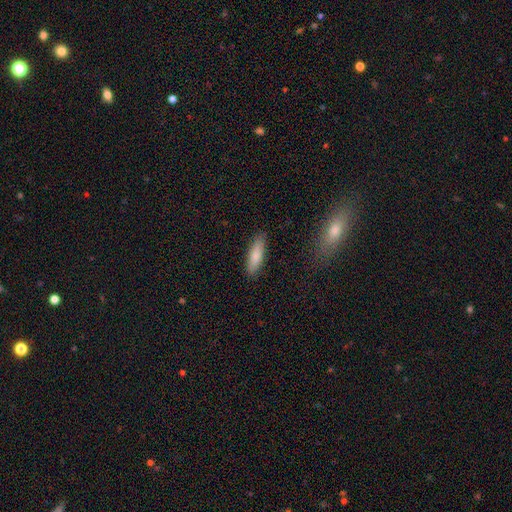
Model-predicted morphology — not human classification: Smooth or featured? smooth (82%)
How rounded? cigar-shaped (61%)
Merging? none (88%)